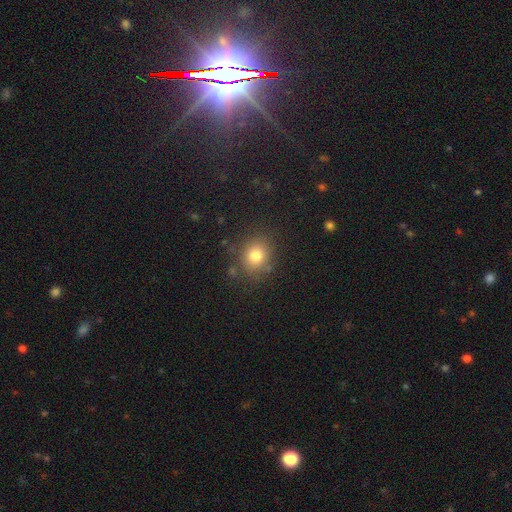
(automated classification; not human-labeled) Smooth or featured?
  - smooth: 79% *
  - star or artifact: 13%
  - featured or disk: 9%
How rounded?
  - round: 71% *
  - in between: 28%
  - cigar-shaped: 1%
Merging?
  - none: 82% *
  - minor disturbance: 11%
  - major disturbance: 4%
  - merger: 3%